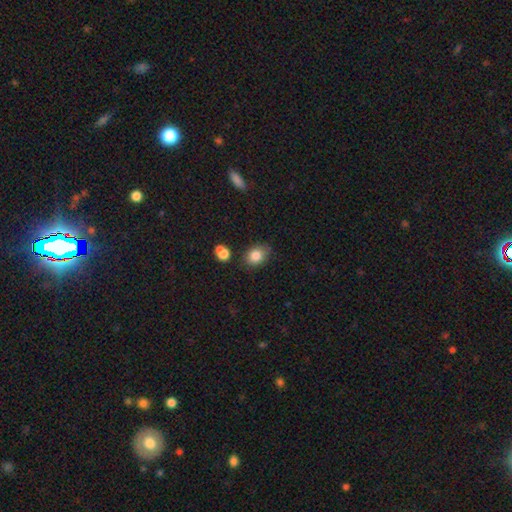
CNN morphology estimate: Smooth or featured? Predicted: smooth (p=0.82). How rounded? Predicted: in between (p=0.66). Merging? Predicted: none (p=0.73).